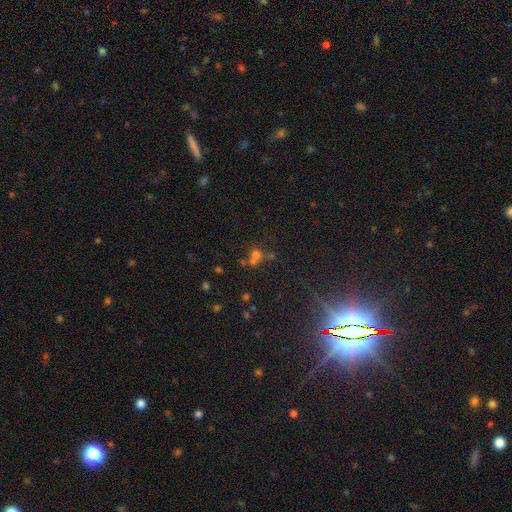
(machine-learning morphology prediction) A smooth galaxy with no disk features (48%).

Vote fractions:
- Smooth or featured? smooth: 48% / star or artifact: 38% / featured or disk: 15%
- Merging? none: 46% / merger: 39% / minor disturbance: 9% / major disturbance: 6%